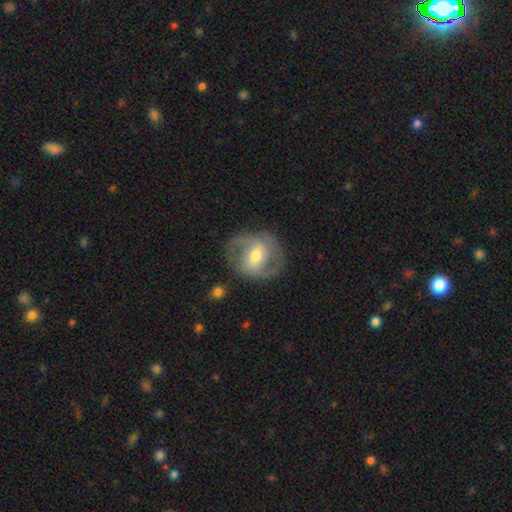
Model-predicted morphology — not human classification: type=featured or disk (77%); edge-on=no (96%); bar=weak (43%); spiral arms=yes (84%); winding=medium (48%); arm count=2 (81%); bulge=moderate (67%); merging=none (78%).